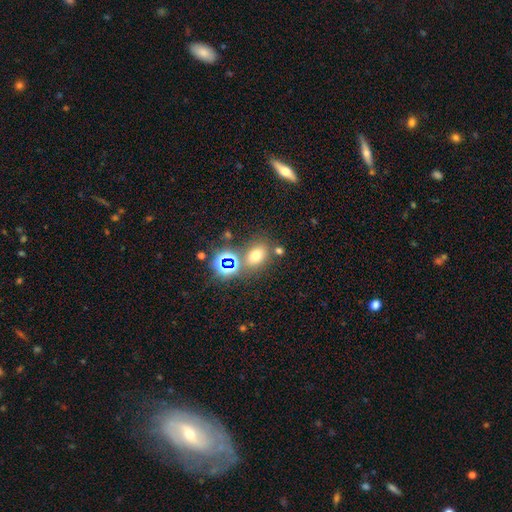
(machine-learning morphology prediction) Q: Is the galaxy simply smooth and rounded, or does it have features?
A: smooth — 63%.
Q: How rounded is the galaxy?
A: in between — 57%.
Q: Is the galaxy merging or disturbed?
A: none — 69%.